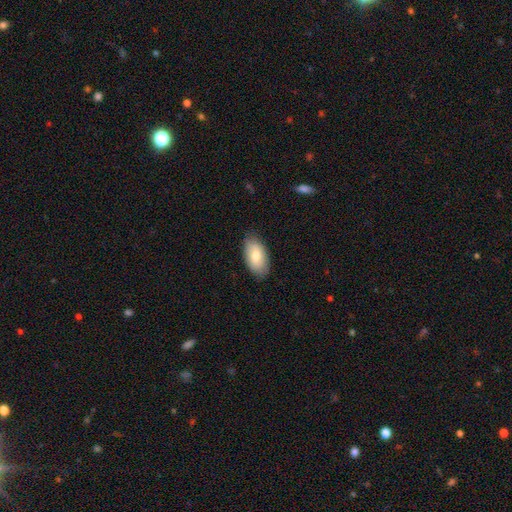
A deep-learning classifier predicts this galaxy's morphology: The model was most divided on "smooth or featured": smooth: 76%, featured or disk: 18%, star or artifact: 6%. More confident: how rounded — in between (94%); merging — none (84%).